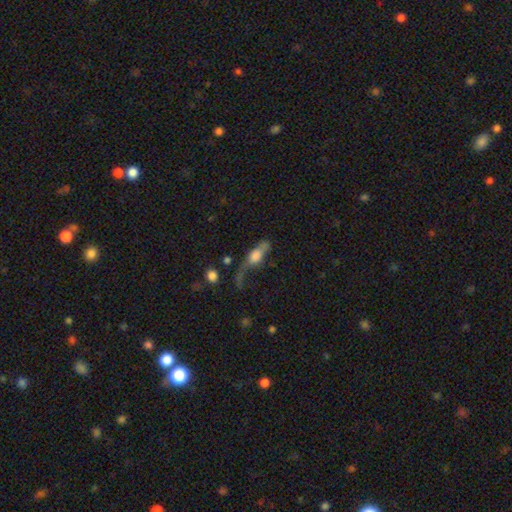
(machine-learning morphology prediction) This is possibly a smooth galaxy (49%). Merging: possibly major disturbance (45%).